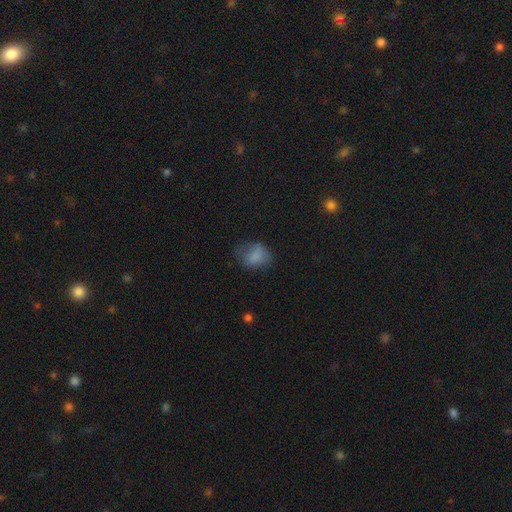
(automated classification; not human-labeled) Smooth or featured?
  - smooth: 76% *
  - featured or disk: 12%
  - star or artifact: 11%
How rounded?
  - in between: 66% *
  - round: 33%
  - cigar-shaped: 1%
Merging?
  - none: 48% *
  - minor disturbance: 30%
  - major disturbance: 19%
  - merger: 2%